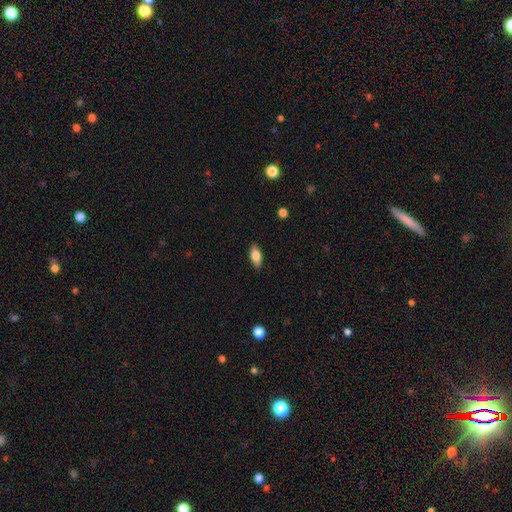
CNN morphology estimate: Smooth or featured?
  - smooth: 74% *
  - featured or disk: 19%
  - star or artifact: 7%
How rounded?
  - in between: 81% *
  - cigar-shaped: 16%
  - round: 3%
Merging?
  - none: 87% *
  - minor disturbance: 10%
  - major disturbance: 2%
  - merger: 1%